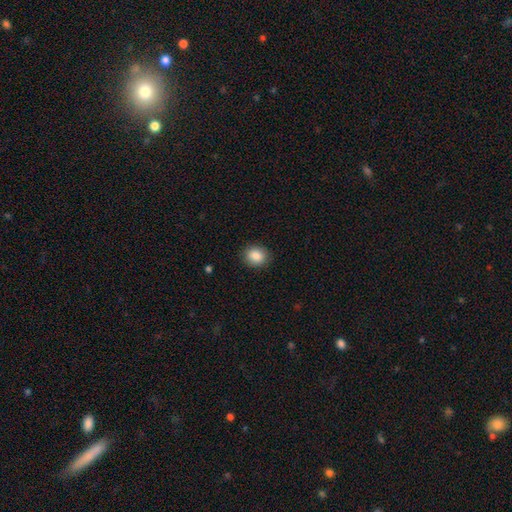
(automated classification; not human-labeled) Overall: smooth (87%). How rounded: round (67%; in between 32%). Merging: none (89%).